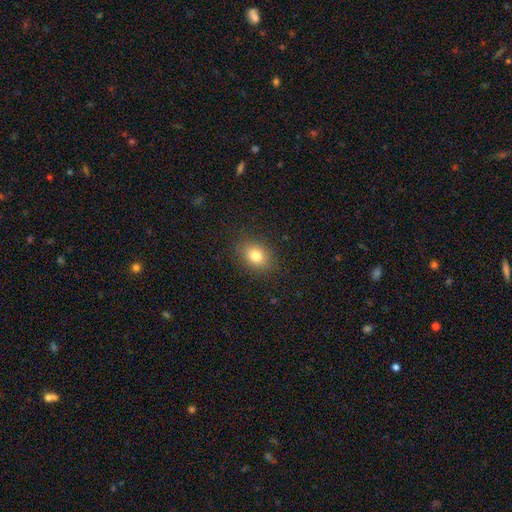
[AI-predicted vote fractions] This is likely a smooth galaxy (80%). How rounded: likely in between (65%). Merging: clearly none (87%).